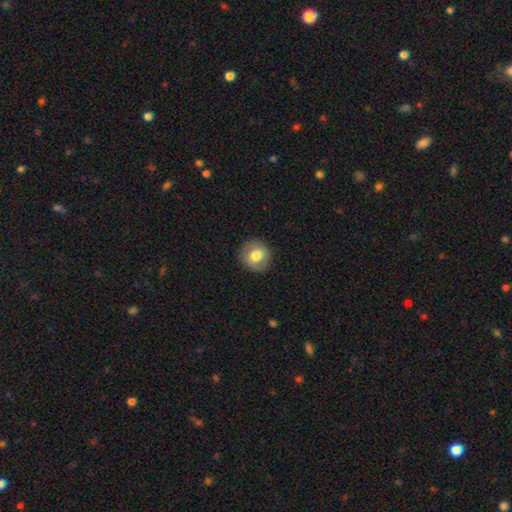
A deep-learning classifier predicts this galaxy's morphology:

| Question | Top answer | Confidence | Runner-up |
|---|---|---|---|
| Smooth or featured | smooth | 77% | featured or disk (15%) |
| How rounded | round | 90% | in between (10%) |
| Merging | none | 89% | minor disturbance (8%) |